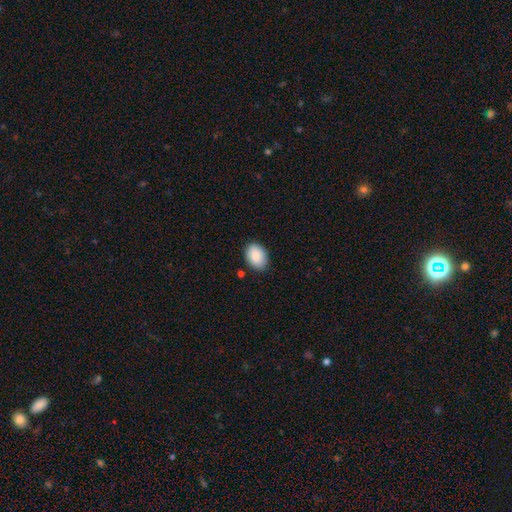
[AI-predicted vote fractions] Morphology: type=smooth (88%); roundness=in between (79%); merging=none (86%).